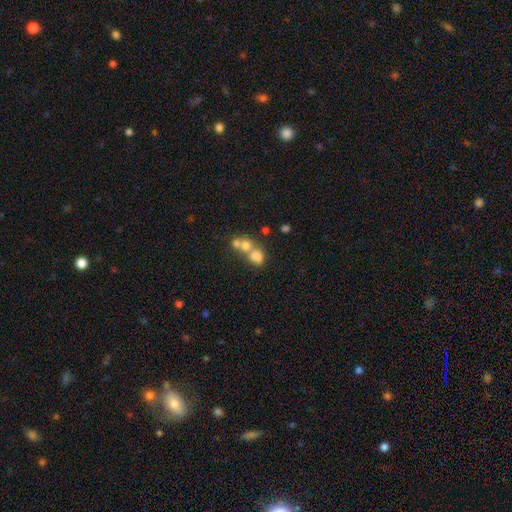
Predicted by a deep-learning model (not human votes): A smooth galaxy with no disk features (67%) that is round (68%).

Vote fractions:
- Smooth or featured? smooth: 67% / featured or disk: 20% / star or artifact: 14%
- How rounded? round: 68% / in between: 31% / cigar-shaped: 2%
- Merging? merger: 62% / none: 27% / minor disturbance: 6% / major disturbance: 5%